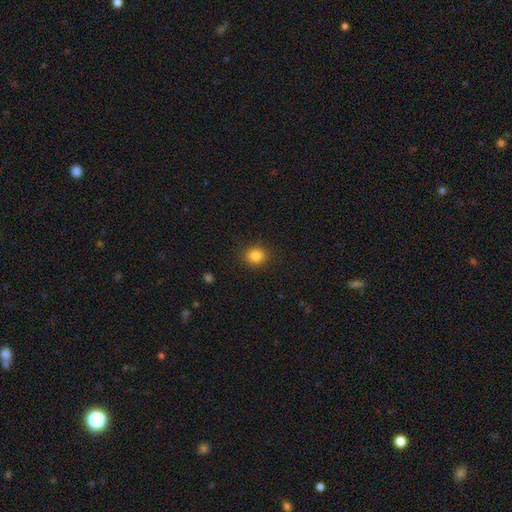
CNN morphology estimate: type=smooth (85%); roundness=round (83%); merging=none (90%).